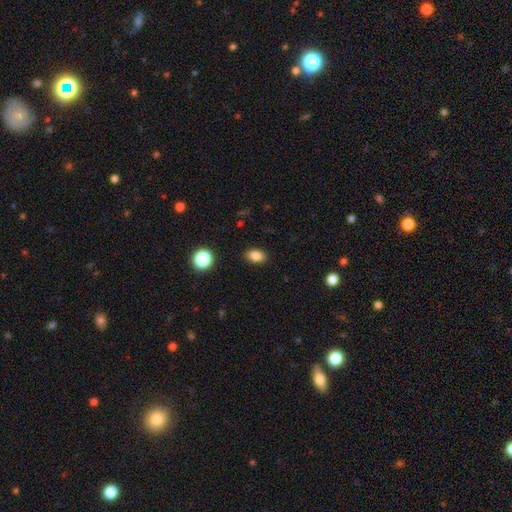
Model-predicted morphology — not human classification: Overall: smooth (83%). How rounded: in between (84%). Merging: none (88%).